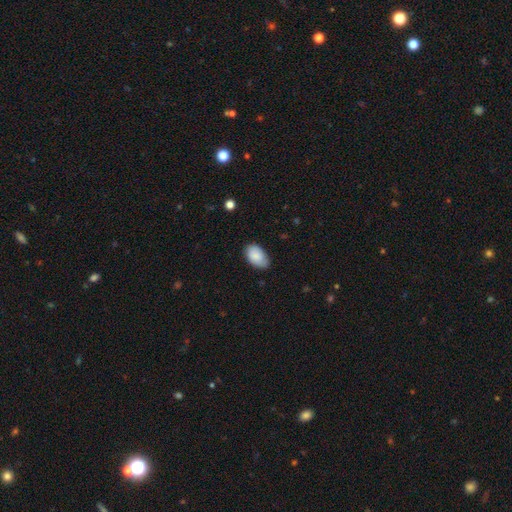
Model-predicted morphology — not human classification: smooth 87%, star or artifact 6%, featured or disk 6%. Down the decision tree: how rounded — in between (94%); merging — none (73%).